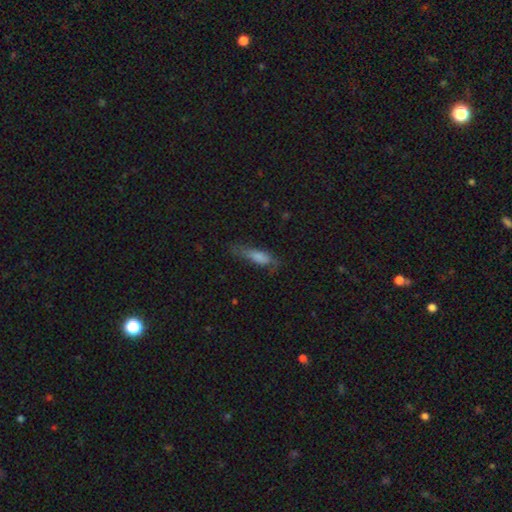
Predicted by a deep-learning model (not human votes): Smooth or featured? Predicted: smooth (p=0.63). How rounded? Predicted: cigar-shaped (p=0.61). Merging? Predicted: none (p=0.52).